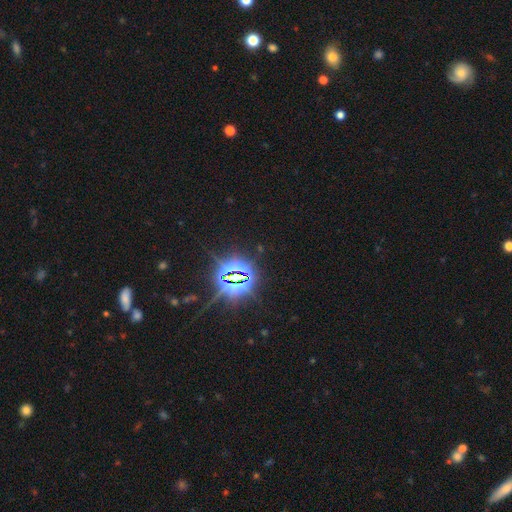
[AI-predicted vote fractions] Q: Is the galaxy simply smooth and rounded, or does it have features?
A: star or artifact — 84%.